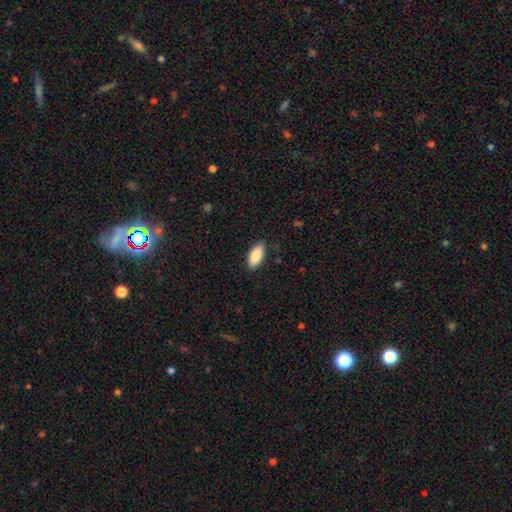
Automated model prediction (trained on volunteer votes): Smooth or featured? smooth (87%)
How rounded? in between (87%)
Merging? none (84%)